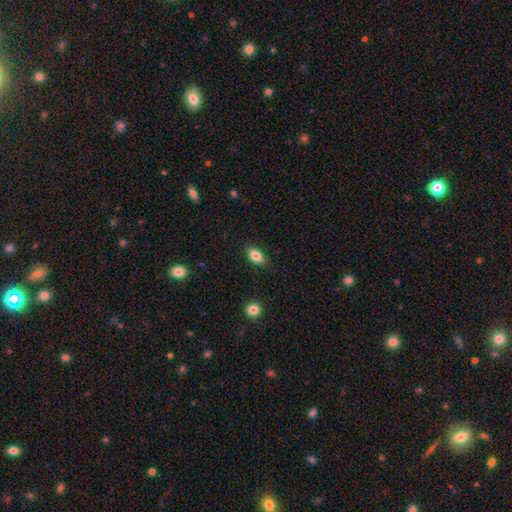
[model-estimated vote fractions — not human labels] Overall: smooth (84%). How rounded: in between (90%). Merging: none (87%).